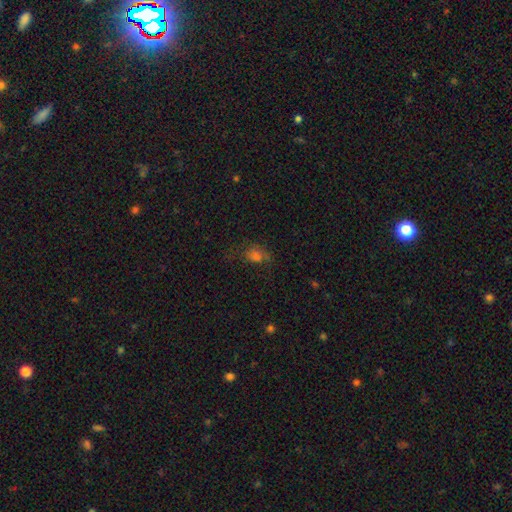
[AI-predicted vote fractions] Smooth or featured? Predicted: smooth (p=0.61). How rounded? Predicted: in between (p=0.64). Merging? Predicted: none (p=0.45).